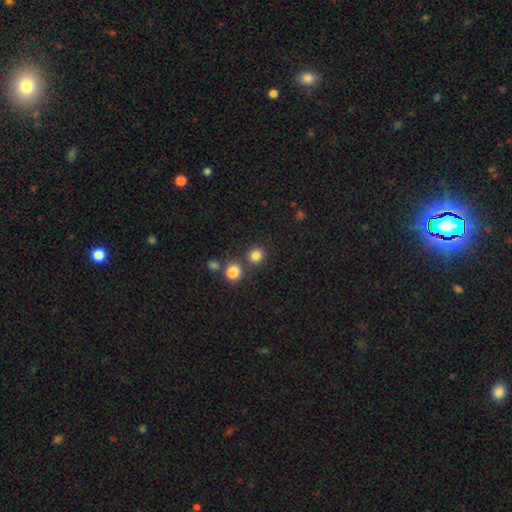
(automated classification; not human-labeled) Smooth or featured: smooth — 81% (star or artifact — 14%)
How rounded: round — 87% (in between — 12%)
Merging: none — 74% (merger — 16%)